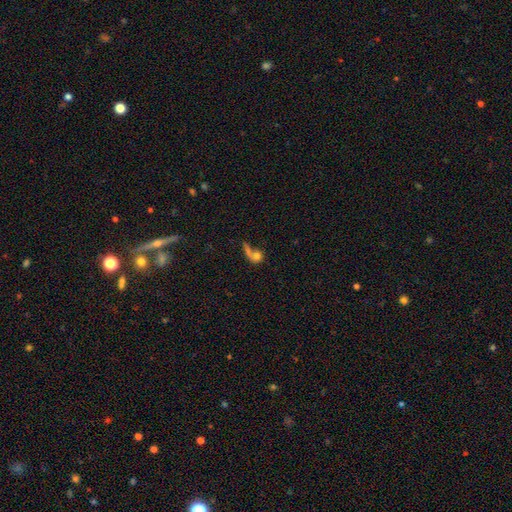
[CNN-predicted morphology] smooth-or-featured: smooth: 64% | featured or disk: 23% | star or artifact: 13%
  how-rounded: round: 57% | in between: 37% | cigar-shaped: 7%
  merging: merger: 38% | none: 28% | major disturbance: 22% | minor disturbance: 11%